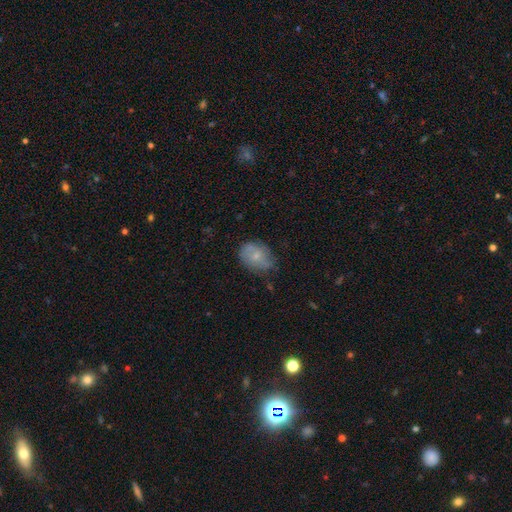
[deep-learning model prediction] Q: Smooth or featured?
A: smooth (64%); runner-up: featured or disk (28%)
Q: How rounded?
A: in between (62%); runner-up: round (37%)
Q: Merging?
A: none (60%); runner-up: minor disturbance (30%)